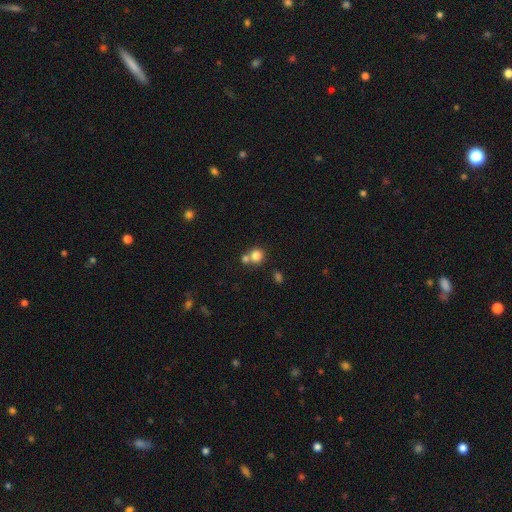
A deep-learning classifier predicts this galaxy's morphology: smooth 81%, star or artifact 11%, featured or disk 8%. Down the decision tree: how rounded — round (85%); merging — none (54%).